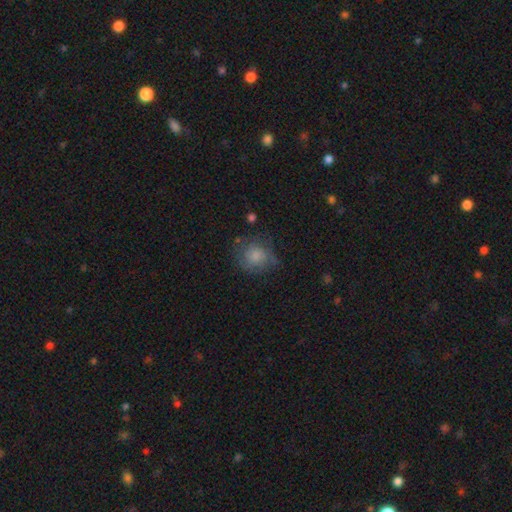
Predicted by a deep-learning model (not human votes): This is likely a smooth galaxy (61%). How rounded: clearly round (81%). Merging: possibly none (59%).